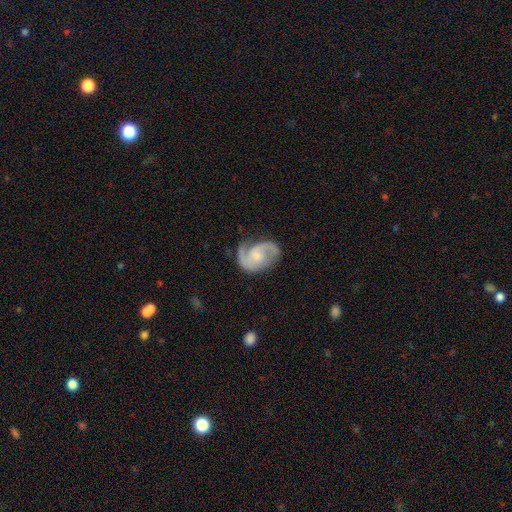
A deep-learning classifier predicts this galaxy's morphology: smooth_or_featured: featured or disk (p=0.87) [alt: smooth p=0.09]
disk_edge_on: no (p=0.98) [alt: yes p=0.02]
bar: no (p=0.59) [alt: weak p=0.35]
has_spiral_arms: yes (p=0.97) [alt: no p=0.03]
spiral_winding: medium (p=0.54) [alt: tight p=0.26]
spiral_arm_count: 2 (p=0.87) [alt: 1 p=0.06]
bulge_size: small (p=0.48) [alt: moderate p=0.32]
merging: none (p=0.67) [alt: minor disturbance p=0.21]